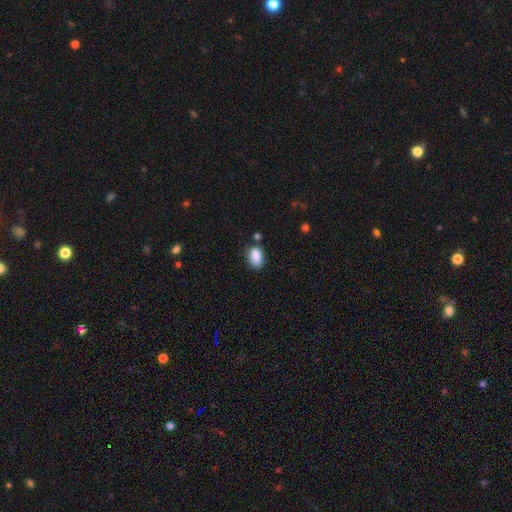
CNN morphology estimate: smooth-or-featured: smooth: 86% | star or artifact: 8% | featured or disk: 5%
  how-rounded: in between: 83% | round: 15% | cigar-shaped: 2%
  merging: none: 65% | minor disturbance: 22% | merger: 9% | major disturbance: 5%